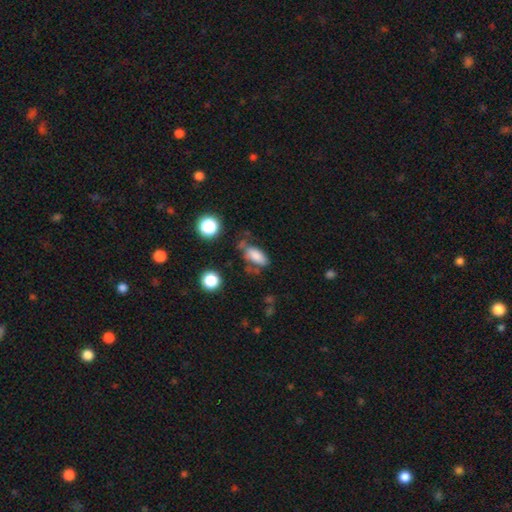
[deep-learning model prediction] smooth-or-featured: smooth: 79% | featured or disk: 11% | star or artifact: 10%
  how-rounded: in between: 87% | cigar-shaped: 7% | round: 6%
  merging: none: 50% | minor disturbance: 26% | major disturbance: 13% | merger: 11%